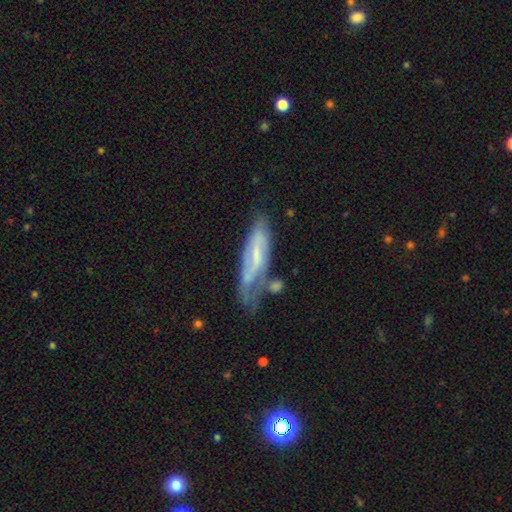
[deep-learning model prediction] Smooth or featured: featured or disk — 61% (smooth — 32%)
Edge-on disk: no — 77% (yes — 23%)
Merging: none — 32% (minor disturbance — 28%)